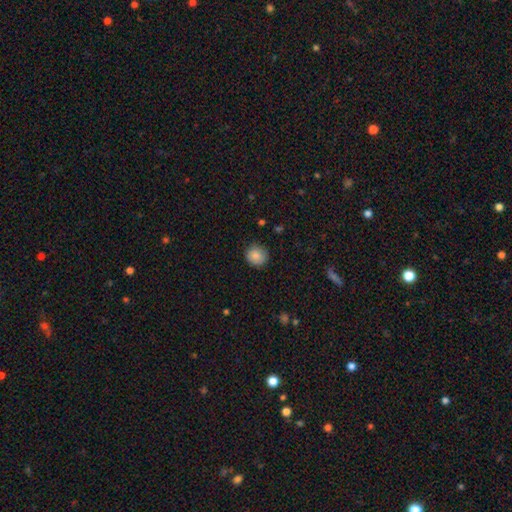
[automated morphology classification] A smooth galaxy with no disk features (86%) that is round (88%).

Vote fractions:
- Smooth or featured? smooth: 86% / star or artifact: 8% / featured or disk: 5%
- How rounded? round: 88% / in between: 11% / cigar-shaped: 1%
- Merging? none: 86% / minor disturbance: 11% / major disturbance: 2% / merger: 1%